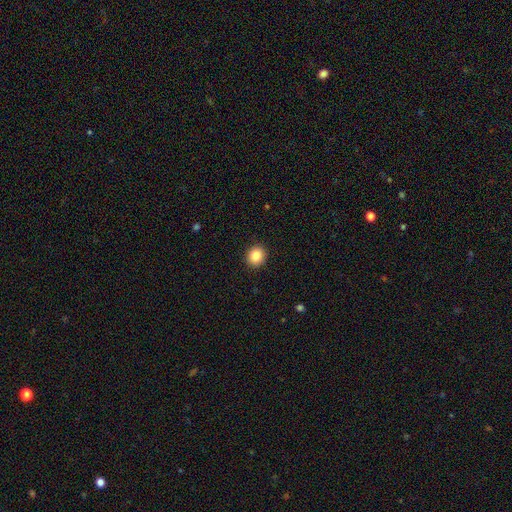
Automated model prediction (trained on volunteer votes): Smooth or featured: smooth — 86% (star or artifact — 9%)
How rounded: round — 81% (in between — 18%)
Merging: none — 92% (minor disturbance — 5%)